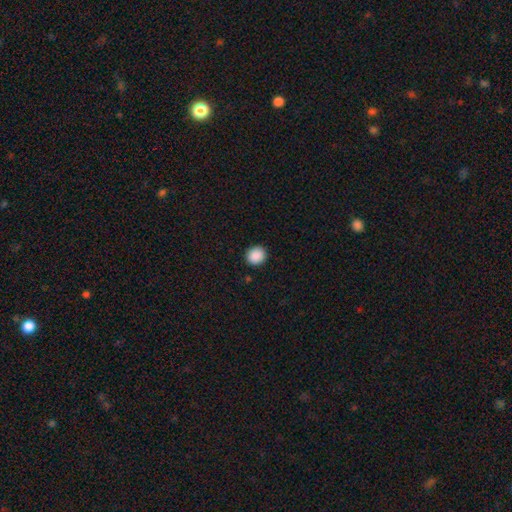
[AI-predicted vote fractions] smooth_or_featured: smooth (p=0.89) [alt: star or artifact p=0.08]
how_rounded: round (p=0.87) [alt: in between p=0.12]
merging: none (p=0.92) [alt: minor disturbance p=0.05]